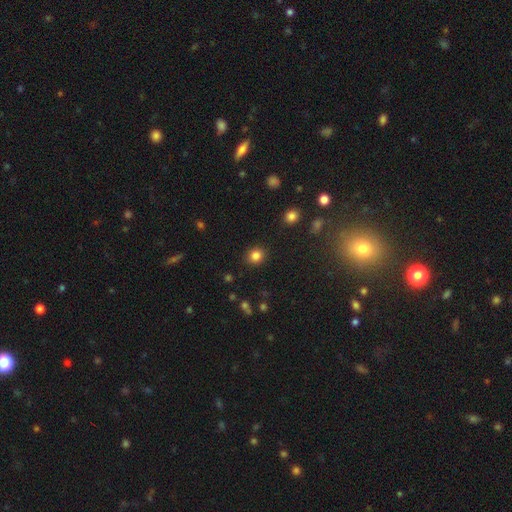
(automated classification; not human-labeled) The model was most divided on "how rounded": round: 82%, in between: 17%, cigar-shaped: 1%. More confident: merging — none (89%); smooth or featured — smooth (84%).